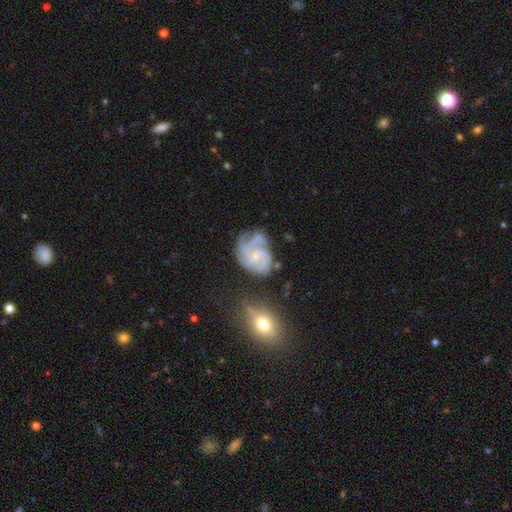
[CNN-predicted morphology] featured or disk 85%, smooth 9%, star or artifact 6%. Down the decision tree: edge-on disk — no (98%); bar — no (57%); spiral arms — yes (96%); spiral arm count — 3 (45%); spiral winding — tight (47%); bulge size — small (68%); merging — none (56%).